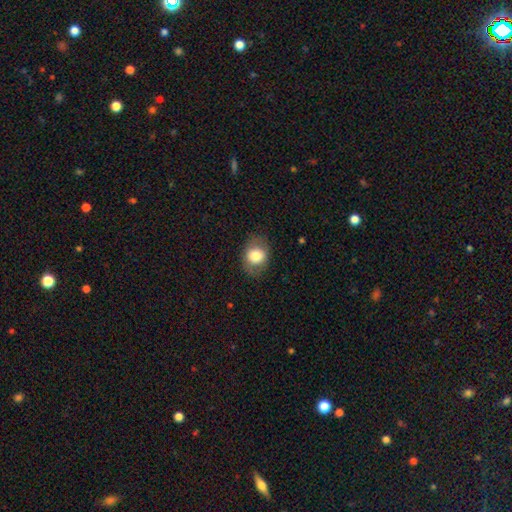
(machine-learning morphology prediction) Smooth or featured? smooth (76%)
How rounded? in between (56%)
Merging? none (81%)